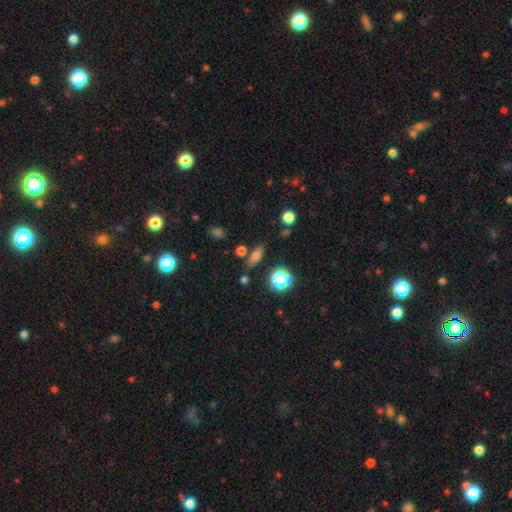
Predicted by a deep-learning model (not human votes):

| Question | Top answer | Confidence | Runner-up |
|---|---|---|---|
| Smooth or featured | smooth | 63% | featured or disk (21%) |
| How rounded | in between | 50% | cigar-shaped (37%) |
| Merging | none | 78% | minor disturbance (12%) |